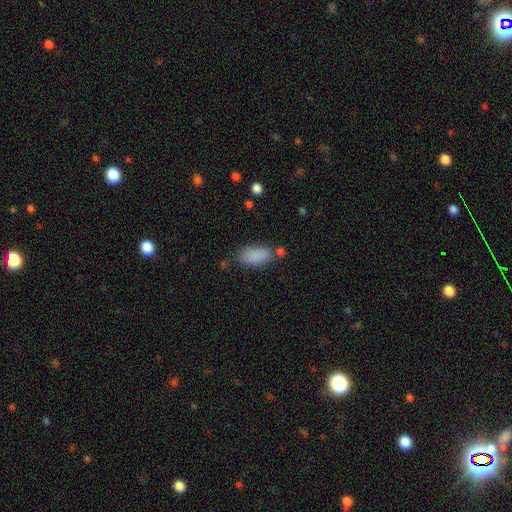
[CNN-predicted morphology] Smooth or featured?
  - smooth: 87% *
  - star or artifact: 8%
  - featured or disk: 5%
How rounded?
  - in between: 89% *
  - cigar-shaped: 8%
  - round: 3%
Merging?
  - none: 73% *
  - minor disturbance: 16%
  - merger: 6%
  - major disturbance: 5%